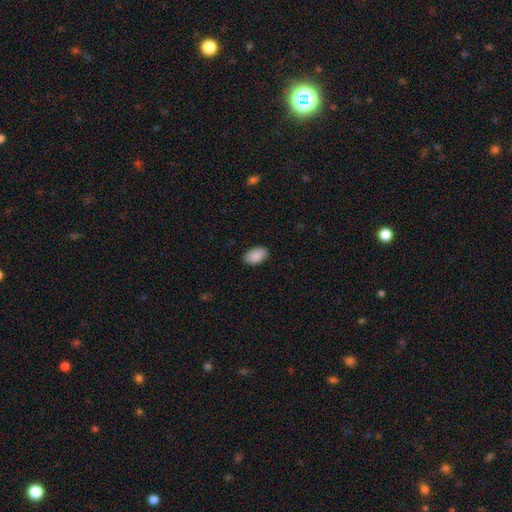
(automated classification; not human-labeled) smooth 91%, star or artifact 6%, featured or disk 3%. Down the decision tree: how rounded — in between (94%); merging — none (89%).